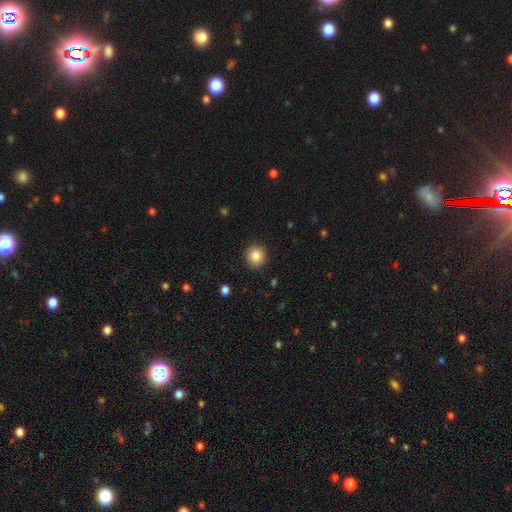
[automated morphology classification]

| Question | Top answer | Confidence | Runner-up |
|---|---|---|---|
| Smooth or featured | smooth | 87% | star or artifact (9%) |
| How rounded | round | 91% | in between (8%) |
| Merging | none | 91% | minor disturbance (6%) |